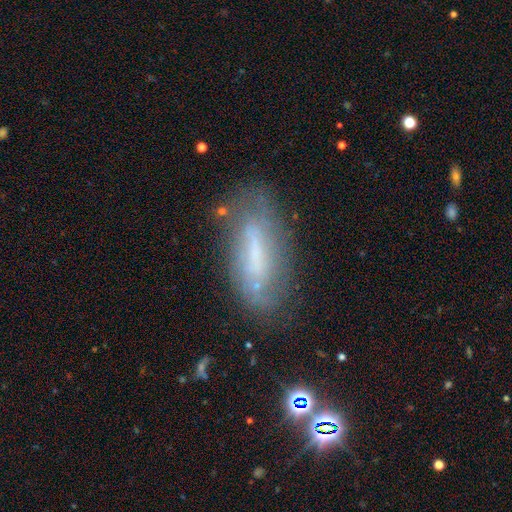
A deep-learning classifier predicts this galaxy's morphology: Smooth or featured? featured or disk (49%)
Merging? none (64%)